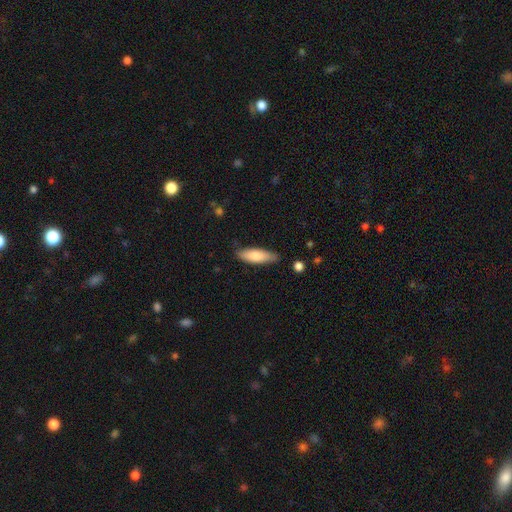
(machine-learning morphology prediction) A smooth galaxy with no disk features (78%) that is in between round and cigar-shaped (52%).

Vote fractions:
- Smooth or featured? smooth: 78% / featured or disk: 16% / star or artifact: 6%
- How rounded? in between: 52% / cigar-shaped: 46% / round: 2%
- Merging? none: 80% / minor disturbance: 16% / major disturbance: 3% / merger: 2%